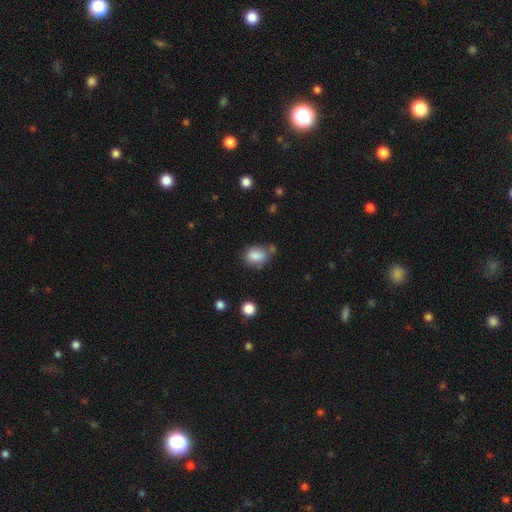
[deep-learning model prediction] smooth_or_featured: smooth (p=0.85) [alt: star or artifact p=0.09]
how_rounded: in between (p=0.72) [alt: round p=0.27]
merging: none (p=0.59) [alt: minor disturbance p=0.21]